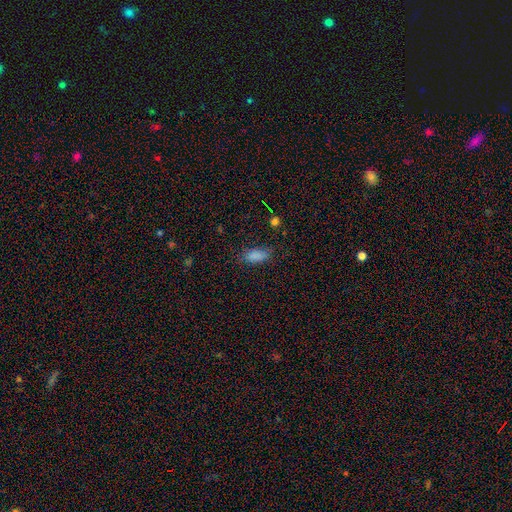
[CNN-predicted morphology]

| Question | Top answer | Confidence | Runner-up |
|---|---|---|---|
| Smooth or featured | smooth | 82% | star or artifact (12%) |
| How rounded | in between | 86% | cigar-shaped (10%) |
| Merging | none | 77% | minor disturbance (17%) |